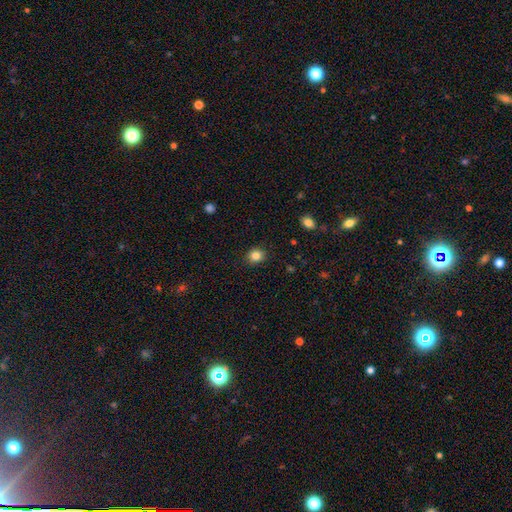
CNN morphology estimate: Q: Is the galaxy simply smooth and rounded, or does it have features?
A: smooth — 84%.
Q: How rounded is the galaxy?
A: round — 75%.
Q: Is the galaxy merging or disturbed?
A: none — 89%.